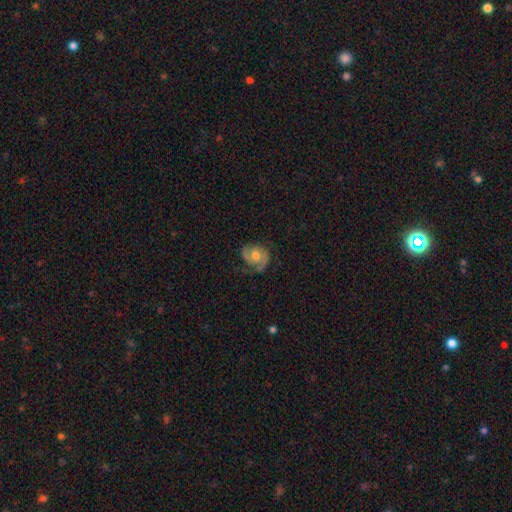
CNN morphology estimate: Smooth or featured? featured or disk (80%)
Edge-on disk? no (98%)
Bar? no (64%)
Spiral arms? yes (95%)
Spiral winding? tight (43%, tied with medium)
Spiral arm count? 2 (78%)
Bulge size? moderate (70%)
Merging? none (69%)